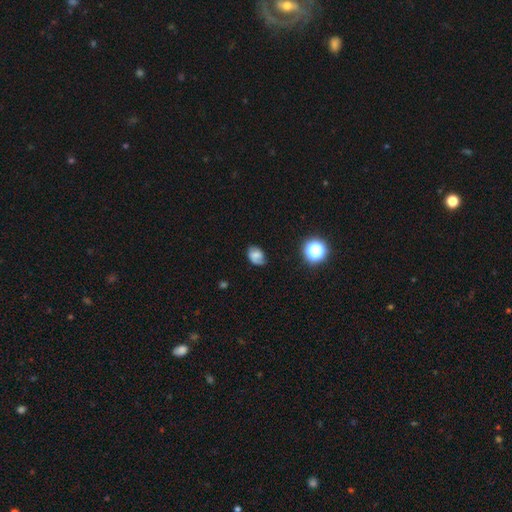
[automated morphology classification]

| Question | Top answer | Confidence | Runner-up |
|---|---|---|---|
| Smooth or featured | smooth | 57% | featured or disk (30%) |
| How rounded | in between | 74% | round (25%) |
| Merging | none | 62% | minor disturbance (27%) |